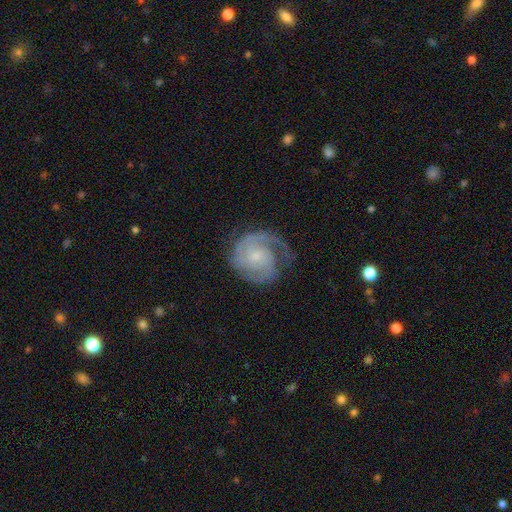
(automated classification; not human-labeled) This is clearly a featured or disk galaxy (86%). It is clearly not viewed edge-on (98%). Bar: likely no (68%). Spiral arm pattern: clearly yes (97%). Spiral arm count: marginally 2 (44%). Spiral winding: possibly tight (60%). Central bulge: likely small (71%). Merging: likely none (67%).